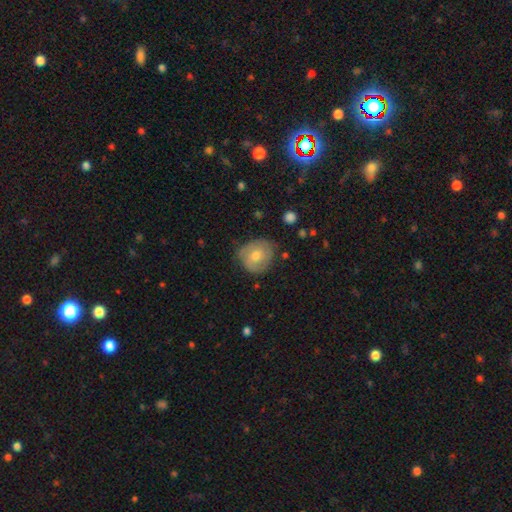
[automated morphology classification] smooth 47%, featured or disk 45%, star or artifact 8%. Down the decision tree: merging — none (70%).